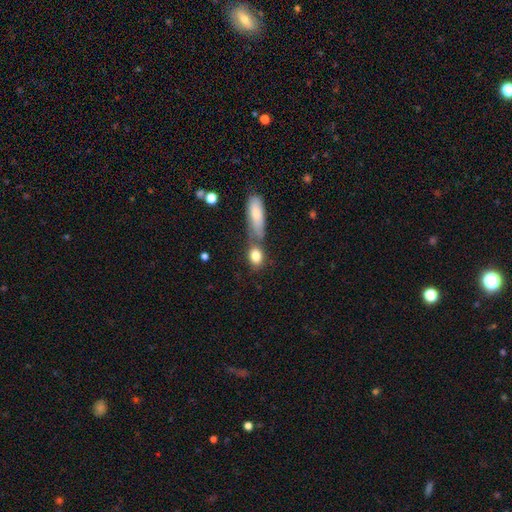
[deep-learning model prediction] smooth-or-featured: smooth: 82% | featured or disk: 11% | star or artifact: 8%
  how-rounded: in between: 62% | round: 30% | cigar-shaped: 8%
  merging: none: 46% | merger: 35% | minor disturbance: 13% | major disturbance: 6%